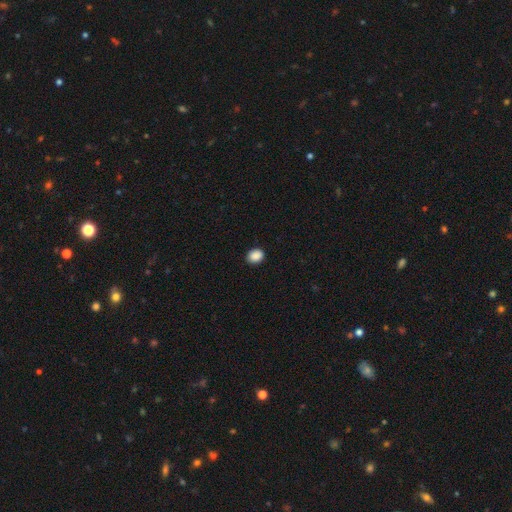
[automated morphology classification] type=smooth (89%); roundness=round (51%); merging=none (90%).